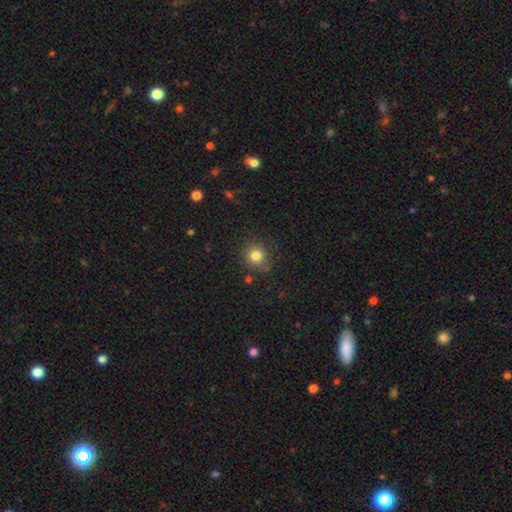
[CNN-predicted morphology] The model was most divided on "smooth or featured": smooth: 80%, star or artifact: 14%, featured or disk: 6%. More confident: how rounded — round (91%); merging — none (87%).